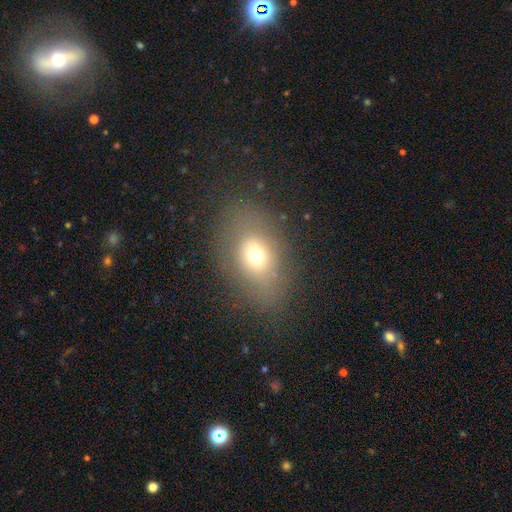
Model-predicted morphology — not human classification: smooth-or-featured: smooth: 65% | featured or disk: 20% | star or artifact: 15%
  how-rounded: in between: 71% | round: 27% | cigar-shaped: 2%
  merging: none: 73% | minor disturbance: 15% | major disturbance: 10% | merger: 2%